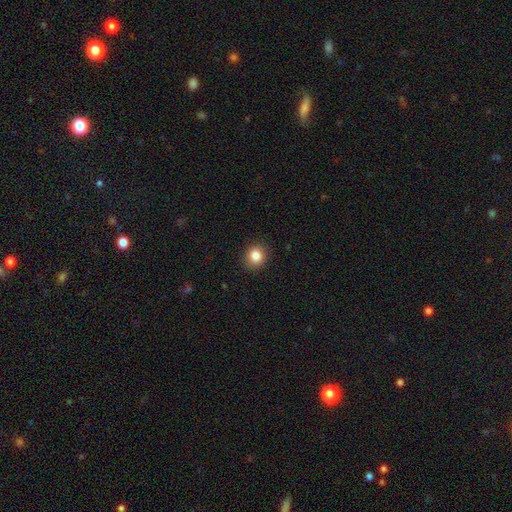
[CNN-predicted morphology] Smooth or featured? Predicted: smooth (p=0.84). How rounded? Predicted: round (p=0.78). Merging? Predicted: none (p=0.89).